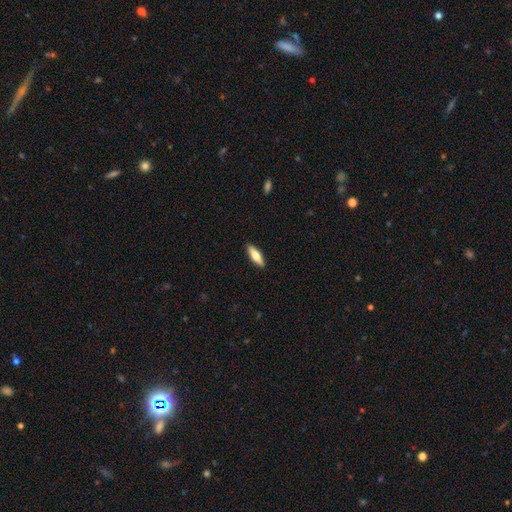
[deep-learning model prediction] Morphology: type=smooth (60%); roundness=in between (50%); merging=none (90%).